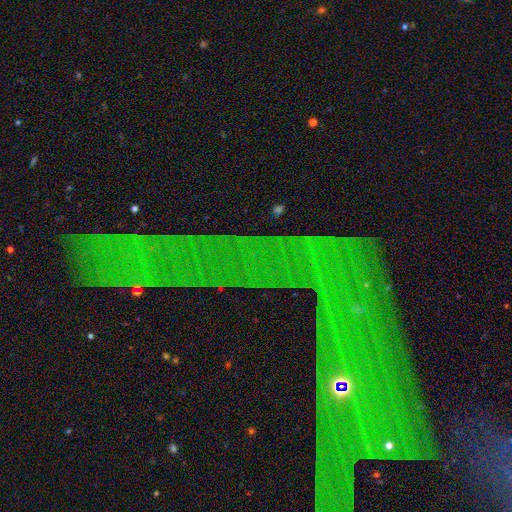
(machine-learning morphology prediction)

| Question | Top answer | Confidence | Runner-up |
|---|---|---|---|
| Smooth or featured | star or artifact | 73% | featured or disk (15%) |